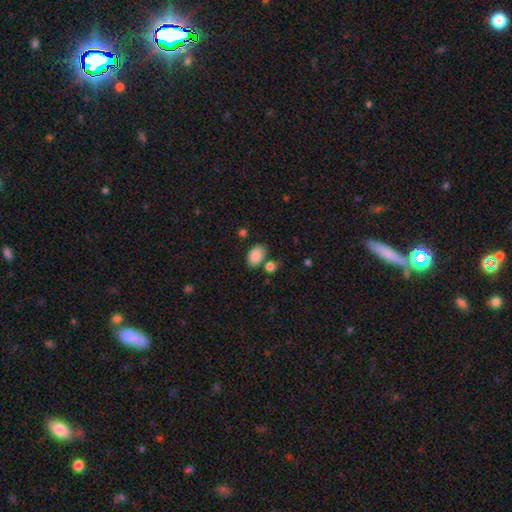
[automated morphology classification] Overall: smooth (87%). How rounded: in between (85%). Merging: none (69%).